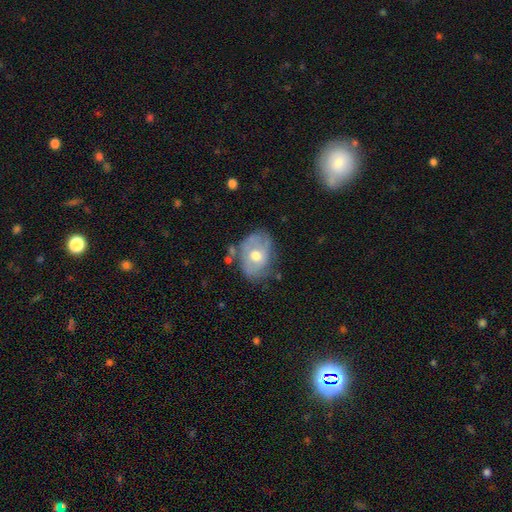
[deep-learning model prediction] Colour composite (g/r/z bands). It shows a featured or disk galaxy (56%) with no bar (79%), spiral arms (54%) and a moderate central bulge (74%). Merging: none (57%).